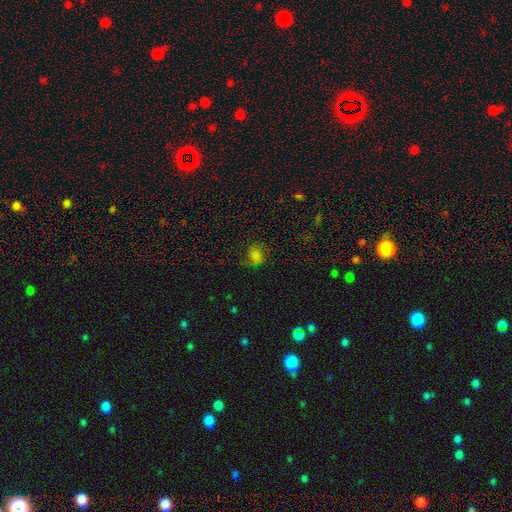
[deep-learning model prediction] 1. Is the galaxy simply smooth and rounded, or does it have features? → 59% smooth, 21% star or artifact, 20% featured or disk.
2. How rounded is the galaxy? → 60% round, 39% in between, 1% cigar-shaped.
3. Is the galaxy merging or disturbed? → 58% none, 23% minor disturbance, 16% major disturbance, 2% merger.